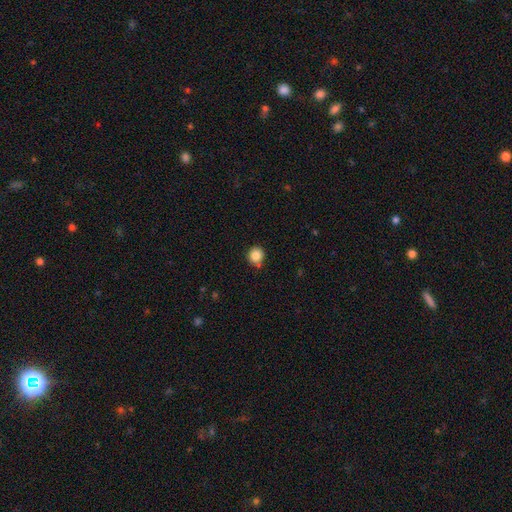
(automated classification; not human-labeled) This is clearly a smooth galaxy (85%). How rounded: clearly round (91%). Merging: likely none (77%).